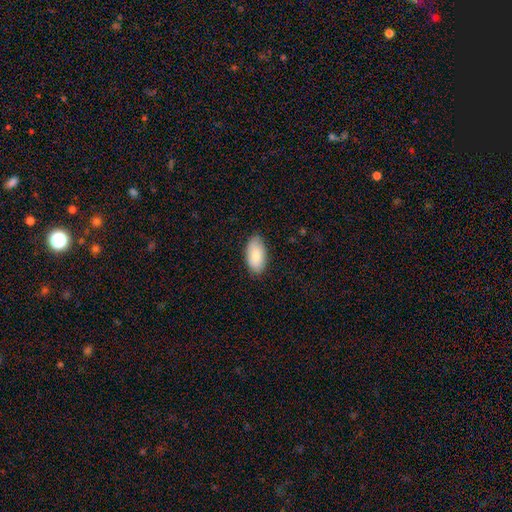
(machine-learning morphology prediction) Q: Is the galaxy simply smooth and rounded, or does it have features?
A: smooth — 87%.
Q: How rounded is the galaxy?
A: in between — 95%.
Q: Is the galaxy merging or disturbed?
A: none — 85%.